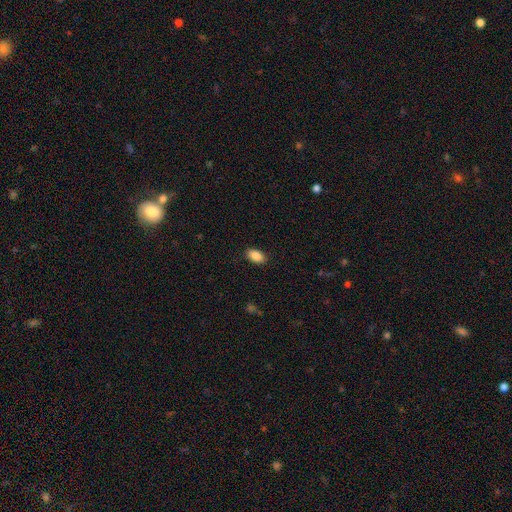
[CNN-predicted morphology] A smooth galaxy with no disk features (88%) that is in between round and cigar-shaped (92%).

Vote fractions:
- Smooth or featured? smooth: 88% / star or artifact: 8% / featured or disk: 4%
- How rounded? in between: 92% / round: 6% / cigar-shaped: 2%
- Merging? none: 88% / minor disturbance: 9% / major disturbance: 2% / merger: 1%